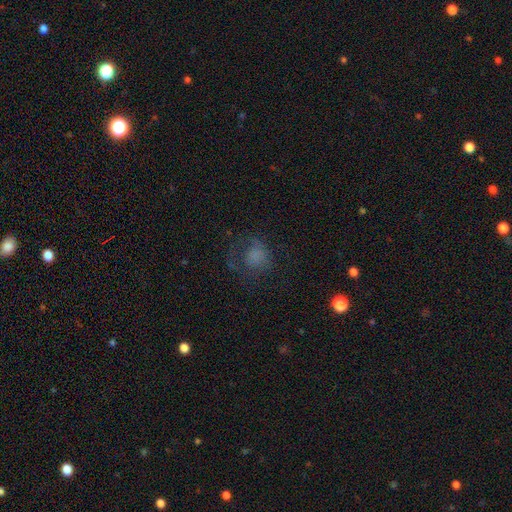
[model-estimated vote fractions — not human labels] The model was most divided on "merging": none: 48%, major disturbance: 30%, minor disturbance: 20%, merger: 2%. More confident: how rounded — round (77%); smooth or featured — smooth (63%).